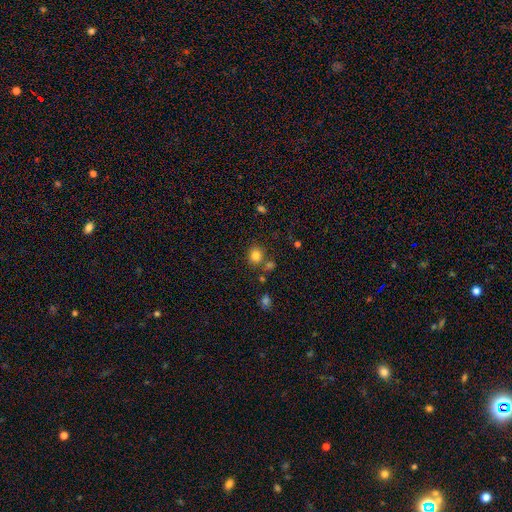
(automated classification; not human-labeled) Smooth or featured? Predicted: smooth (p=0.81). How rounded? Predicted: round (p=0.79). Merging? Predicted: none (p=0.75).